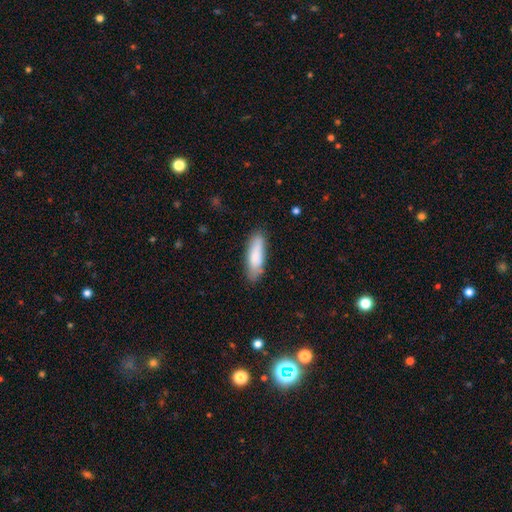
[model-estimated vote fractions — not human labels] smooth 82%, featured or disk 12%, star or artifact 6%. Down the decision tree: how rounded — cigar-shaped (50%); merging — none (78%).